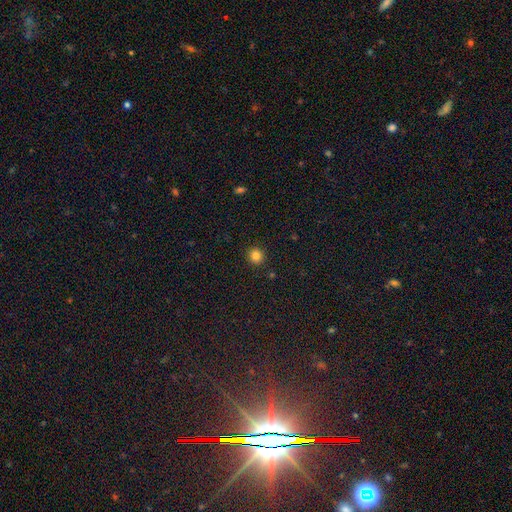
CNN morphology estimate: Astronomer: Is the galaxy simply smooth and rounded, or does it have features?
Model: smooth — 84%.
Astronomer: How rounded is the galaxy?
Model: round — 92%.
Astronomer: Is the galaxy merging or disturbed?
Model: none — 92%.